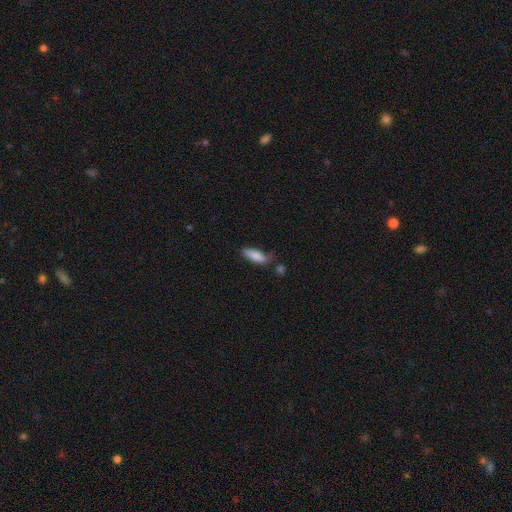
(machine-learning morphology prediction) Q: Smooth or featured?
A: smooth (82%); runner-up: featured or disk (11%)
Q: How rounded?
A: in between (58%); runner-up: cigar-shaped (40%)
Q: Merging?
A: none (60%); runner-up: minor disturbance (25%)